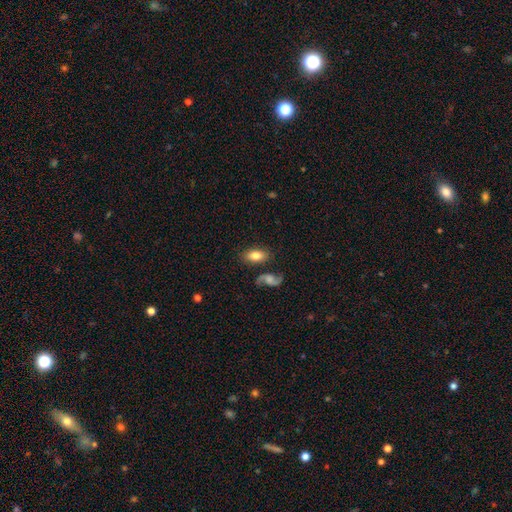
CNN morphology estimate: A smooth galaxy with no disk features (74%) that is in between round and cigar-shaped (89%).

Vote fractions:
- Smooth or featured? smooth: 74% / featured or disk: 19% / star or artifact: 7%
- How rounded? in between: 89% / round: 7% / cigar-shaped: 4%
- Merging? none: 75% / minor disturbance: 13% / merger: 8% / major disturbance: 4%